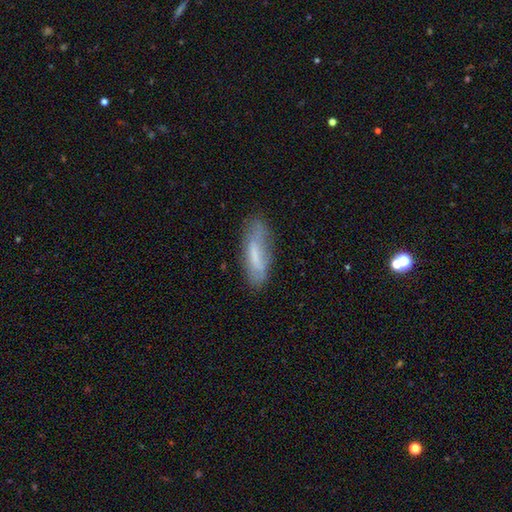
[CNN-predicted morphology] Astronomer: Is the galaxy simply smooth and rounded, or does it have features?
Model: smooth — 58% (runner-up: featured or disk, 34%).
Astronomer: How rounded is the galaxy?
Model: cigar-shaped — 51% (runner-up: in between, 47%).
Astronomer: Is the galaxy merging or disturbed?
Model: none — 66%.